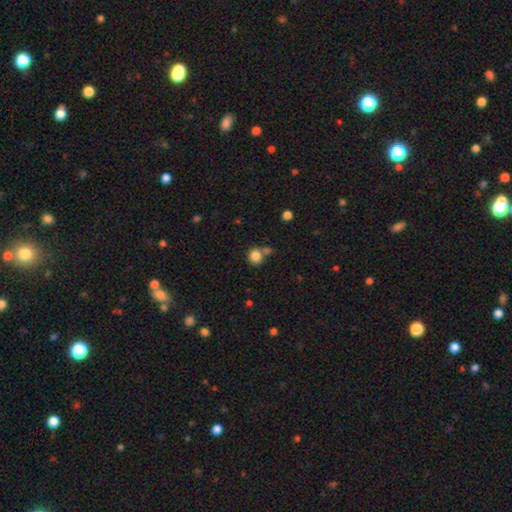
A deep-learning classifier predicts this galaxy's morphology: Smooth or featured? smooth (84%)
How rounded? round (88%)
Merging? none (63%)